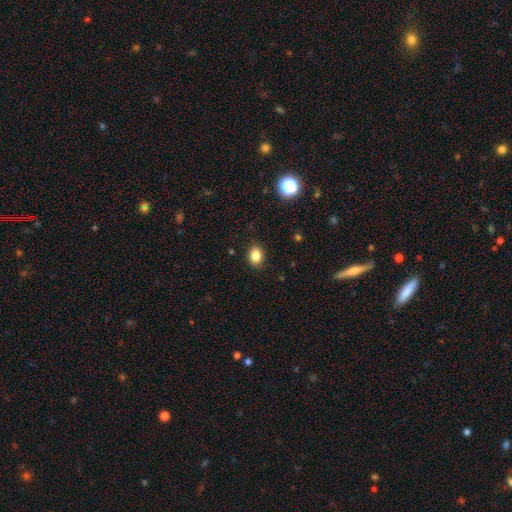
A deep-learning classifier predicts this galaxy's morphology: This is clearly a smooth galaxy (84%). How rounded: likely in between (63%). Merging: clearly none (88%).